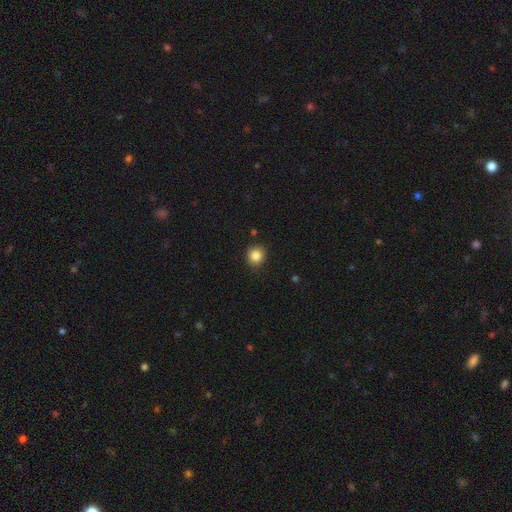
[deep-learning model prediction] Smooth or featured? Predicted: smooth (p=0.85). How rounded? Predicted: round (p=0.87). Merging? Predicted: none (p=0.87).